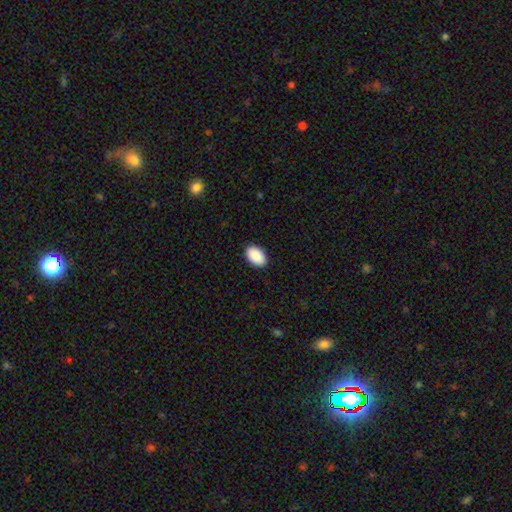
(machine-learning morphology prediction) smooth-or-featured: smooth: 91% | star or artifact: 6% | featured or disk: 3%
  how-rounded: in between: 94% | round: 5% | cigar-shaped: 1%
  merging: none: 90% | minor disturbance: 7% | major disturbance: 2% | merger: 1%